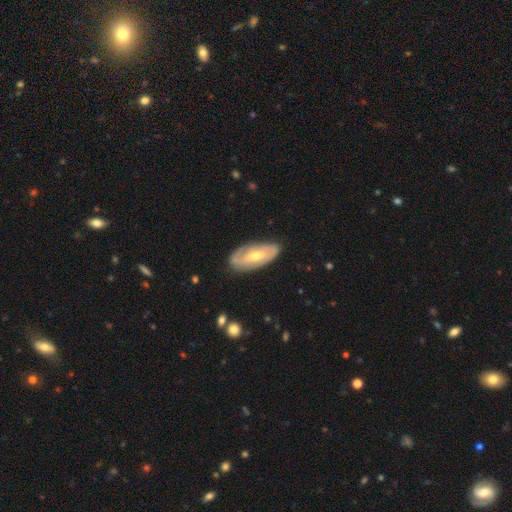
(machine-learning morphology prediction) Smooth or featured? Predicted: featured or disk (p=0.64). Edge-on disk? Predicted: no (p=0.89). Bar? Predicted: weak (p=0.40, tied with no). Spiral arms? Predicted: yes (p=0.74). Bulge size? Predicted: moderate (p=0.55). Merging? Predicted: none (p=0.77).